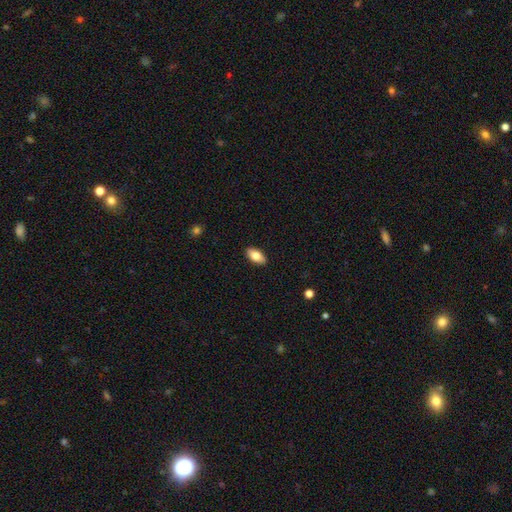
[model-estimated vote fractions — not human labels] Smooth or featured? Predicted: smooth (p=0.80). How rounded? Predicted: in between (p=0.92). Merging? Predicted: none (p=0.90).